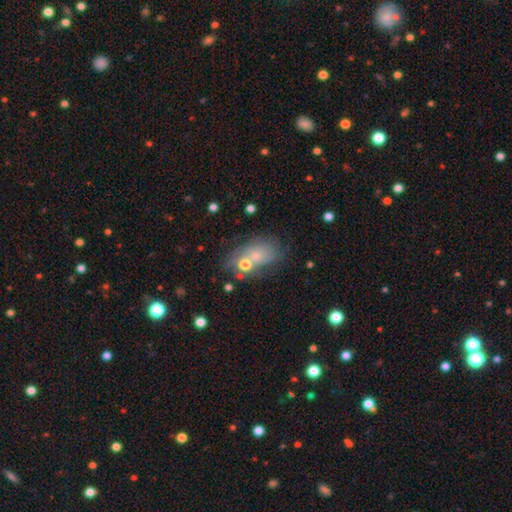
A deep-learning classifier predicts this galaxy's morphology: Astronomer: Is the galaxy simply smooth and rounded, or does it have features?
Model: smooth — 54%.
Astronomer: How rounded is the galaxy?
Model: in between — 75%.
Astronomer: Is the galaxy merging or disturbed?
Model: none — 51%.